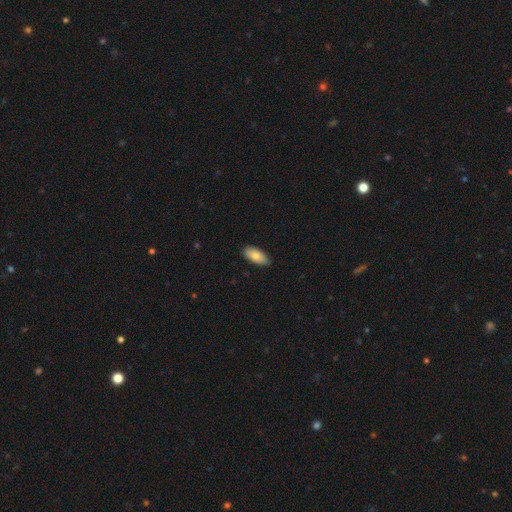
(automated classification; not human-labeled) A smooth galaxy with no disk features (81%) that is in between round and cigar-shaped (91%). Merging: none (85%).